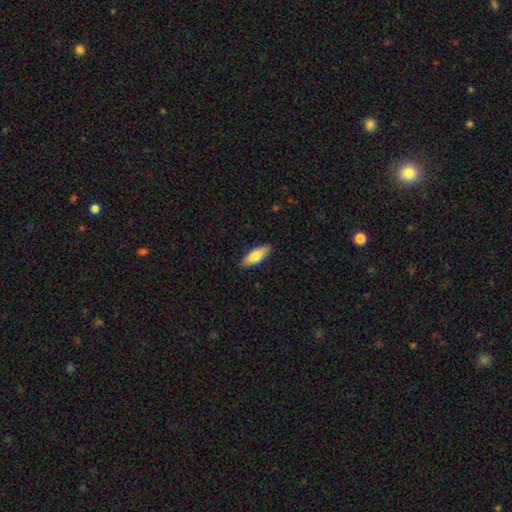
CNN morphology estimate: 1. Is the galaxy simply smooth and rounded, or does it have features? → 77% smooth, 17% featured or disk, 6% star or artifact.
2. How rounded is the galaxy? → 74% in between, 24% cigar-shaped, 2% round.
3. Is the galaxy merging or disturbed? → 88% none, 9% minor disturbance, 2% major disturbance, 1% merger.